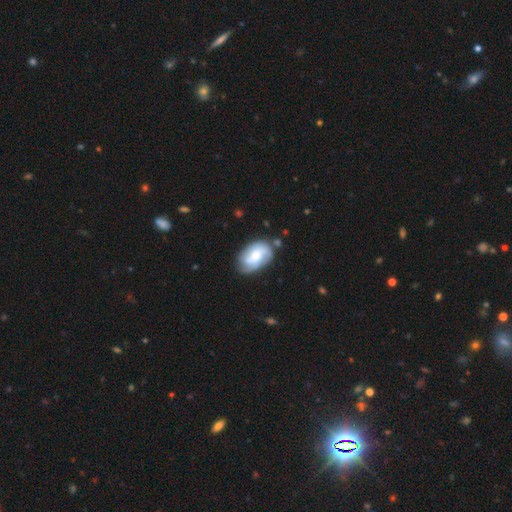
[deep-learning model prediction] Smooth or featured?
  - featured or disk: 59% *
  - smooth: 35%
  - star or artifact: 6%
Edge-on disk?
  - no: 96% *
  - yes: 4%
Bar?
  - no: 58% *
  - weak: 33%
  - strong: 8%
Spiral arms?
  - yes: 86% *
  - no: 14%
Bulge size?
  - moderate: 45% *
  - small: 39%
  - large: 10%
  - none: 4%
  - dominant: 2%
Merging?
  - none: 62% *
  - minor disturbance: 25%
  - major disturbance: 9%
  - merger: 4%